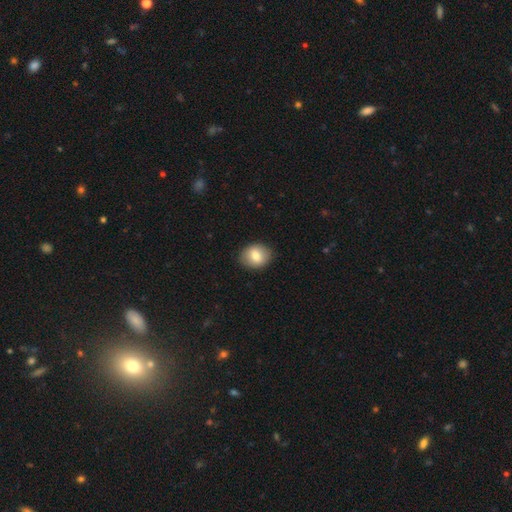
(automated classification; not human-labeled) Overall: smooth (77%). How rounded: round (51%; in between 48%). Merging: none (88%).